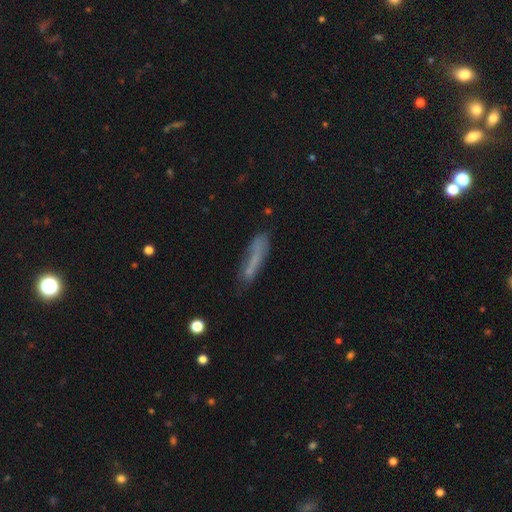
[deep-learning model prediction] The model was most divided on "merging": none: 55%, minor disturbance: 25%, major disturbance: 13%, merger: 7%. More confident: how rounded — cigar-shaped (81%); smooth or featured — smooth (61%).